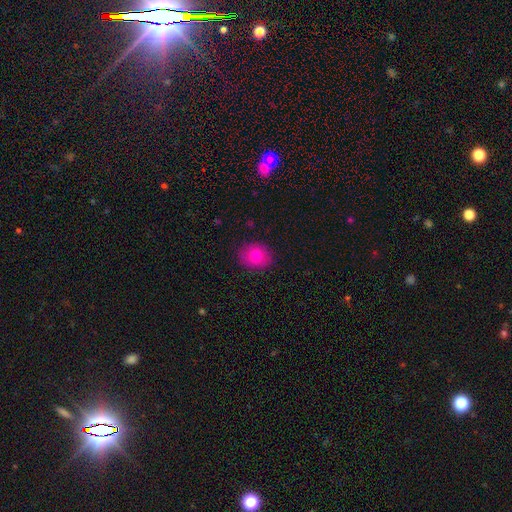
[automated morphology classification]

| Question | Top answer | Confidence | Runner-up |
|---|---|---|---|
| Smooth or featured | smooth | 77% | featured or disk (14%) |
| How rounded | round | 66% | in between (33%) |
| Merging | none | 88% | minor disturbance (9%) |